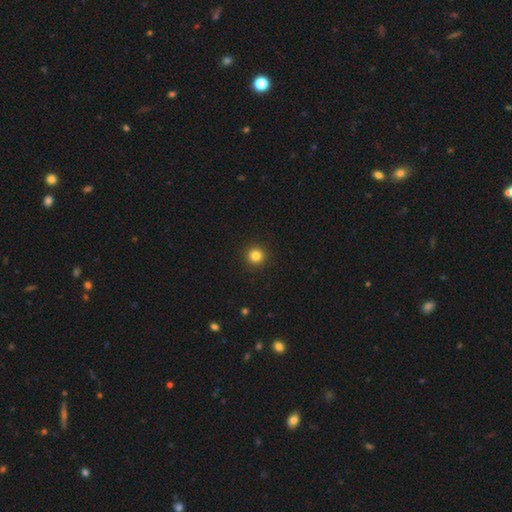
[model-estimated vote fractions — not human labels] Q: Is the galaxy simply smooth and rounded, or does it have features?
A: smooth — 83%.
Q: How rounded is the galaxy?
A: round — 96%.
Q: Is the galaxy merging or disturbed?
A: none — 93%.